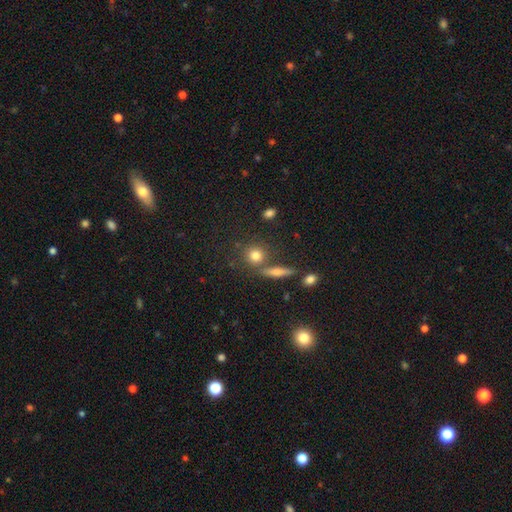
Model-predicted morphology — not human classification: A smooth galaxy with no disk features (77%) that is round (83%).

Vote fractions:
- Smooth or featured? smooth: 77% / star or artifact: 12% / featured or disk: 11%
- How rounded? round: 83% / in between: 14% / cigar-shaped: 4%
- Merging? none: 70% / merger: 17% / minor disturbance: 10% / major disturbance: 4%